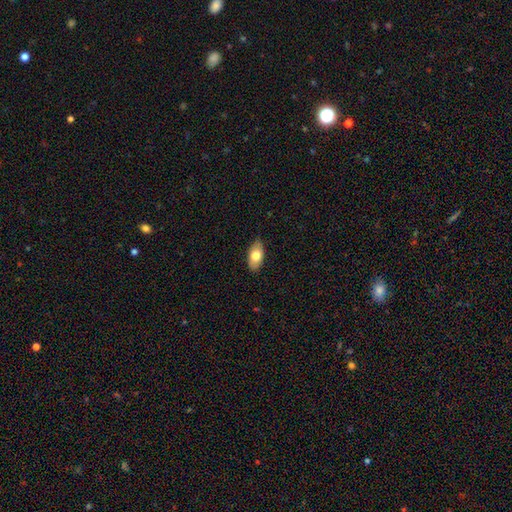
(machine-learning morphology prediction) Q: Smooth or featured?
A: smooth (76%); runner-up: featured or disk (18%)
Q: How rounded?
A: in between (92%); runner-up: cigar-shaped (4%)
Q: Merging?
A: none (85%); runner-up: minor disturbance (12%)